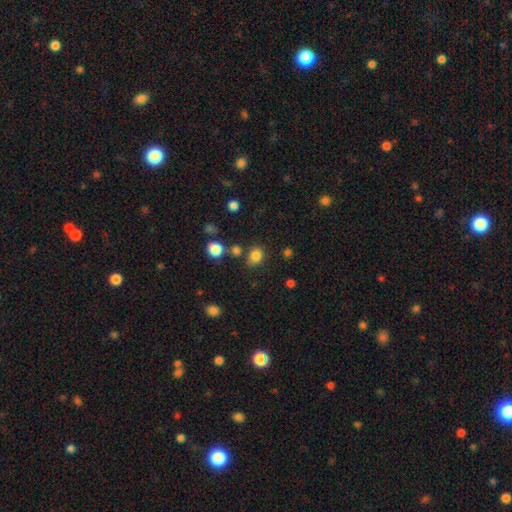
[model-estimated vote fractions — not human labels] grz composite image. It shows a smooth galaxy with no disk features (82%) that is round (59%). Merging: none (75%).